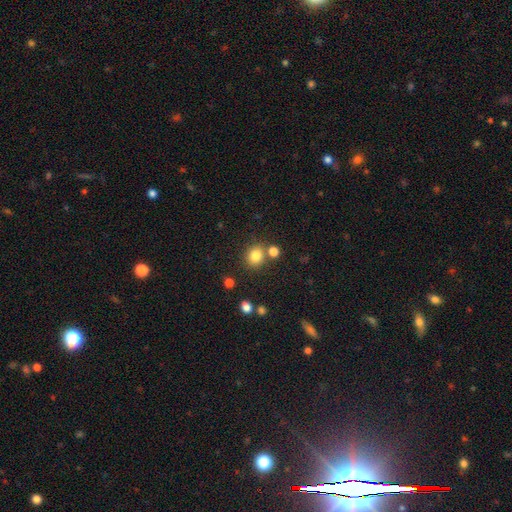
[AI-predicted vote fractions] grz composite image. It shows a smooth galaxy with no disk features (82%) that is round (78%). Merging: none (73%).